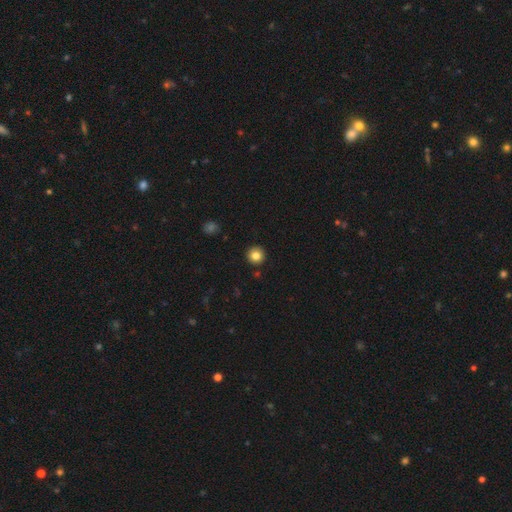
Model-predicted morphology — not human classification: type=smooth (84%); roundness=round (95%); merging=none (92%).